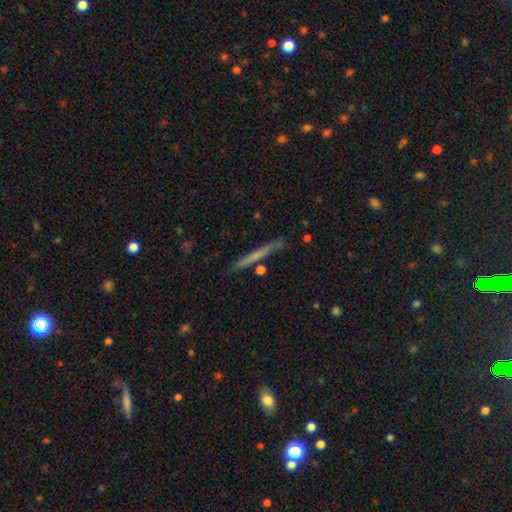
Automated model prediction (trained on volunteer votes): Smooth or featured? Predicted: smooth (p=0.49). Merging? Predicted: none (p=0.86).